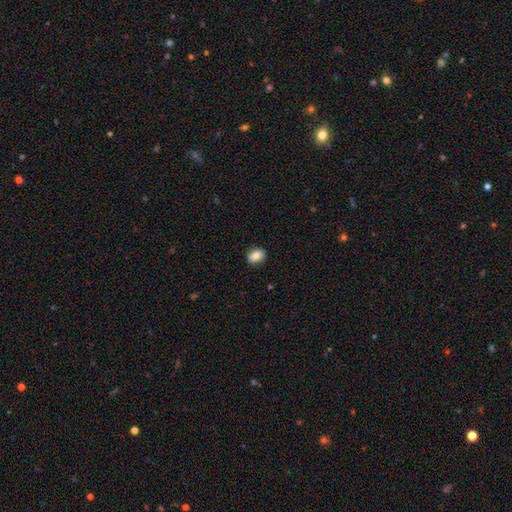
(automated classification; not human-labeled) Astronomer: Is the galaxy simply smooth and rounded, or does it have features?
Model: smooth — 81%.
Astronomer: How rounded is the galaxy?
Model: in between — 59% (runner-up: round, 40%).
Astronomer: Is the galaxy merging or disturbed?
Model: none — 86%.